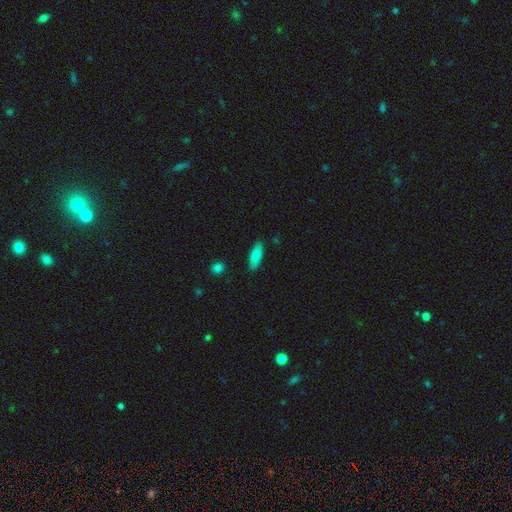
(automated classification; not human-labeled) Smooth or featured: smooth — 82% (featured or disk — 11%)
How rounded: in between — 62% (cigar-shaped — 35%)
Merging: none — 86% (minor disturbance — 10%)